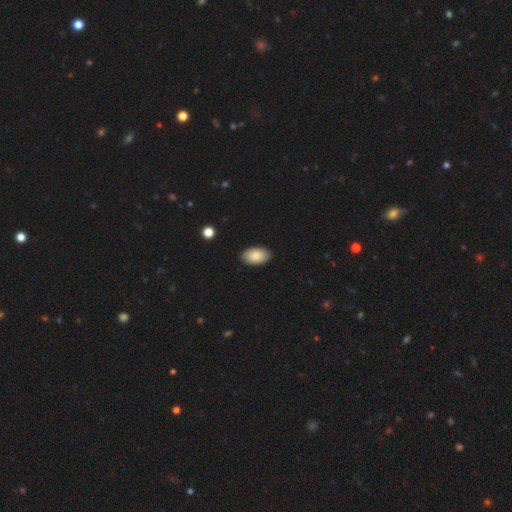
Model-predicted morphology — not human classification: smooth_or_featured: smooth (p=0.89) [alt: star or artifact p=0.06]
how_rounded: in between (p=0.94) [alt: round p=0.04]
merging: none (p=0.89) [alt: minor disturbance p=0.09]